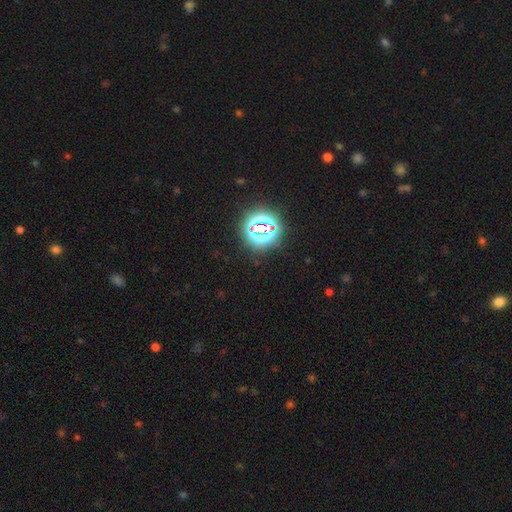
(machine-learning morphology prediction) smooth-or-featured: star or artifact: 76% | smooth: 16% | featured or disk: 8%